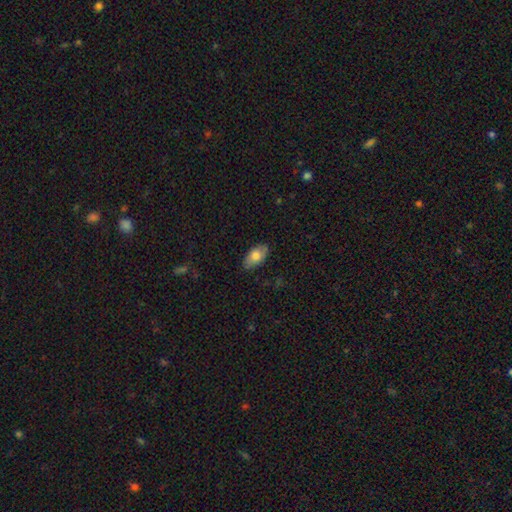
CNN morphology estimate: type=smooth (78%); roundness=in between (93%); merging=none (84%).